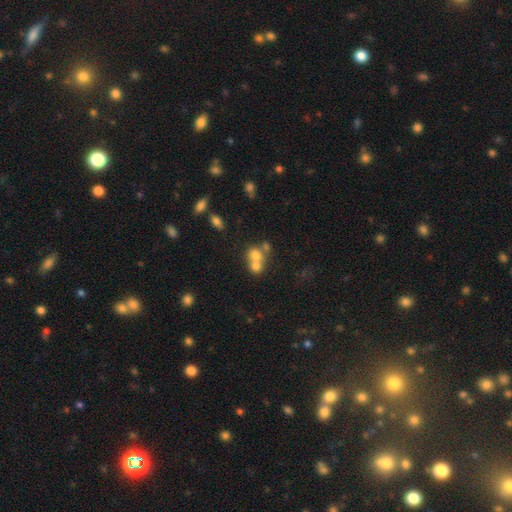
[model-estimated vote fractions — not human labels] This appears to be a smooth galaxy with no disk features (70%) that is round (64%). Merging: merger (62%).